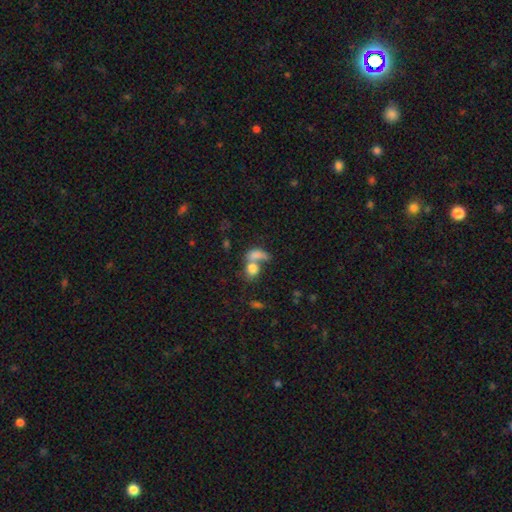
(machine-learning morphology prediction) Smooth or featured: smooth — 73% (featured or disk — 16%)
How rounded: in between — 66% (round — 28%)
Merging: merger — 62% (none — 21%)